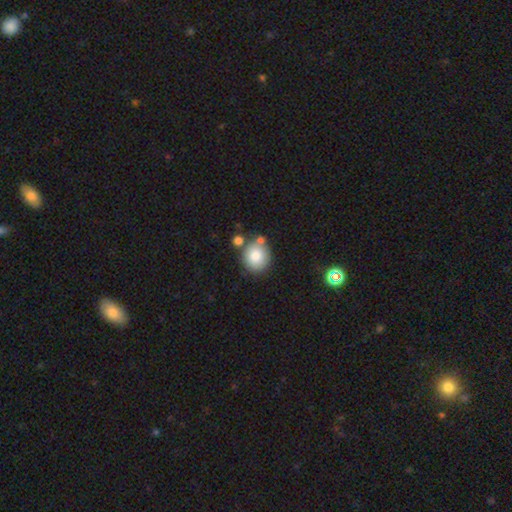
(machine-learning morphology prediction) Q: Smooth or featured?
A: smooth (81%); runner-up: featured or disk (10%)
Q: How rounded?
A: round (83%); runner-up: in between (16%)
Q: Merging?
A: none (67%); runner-up: merger (16%)